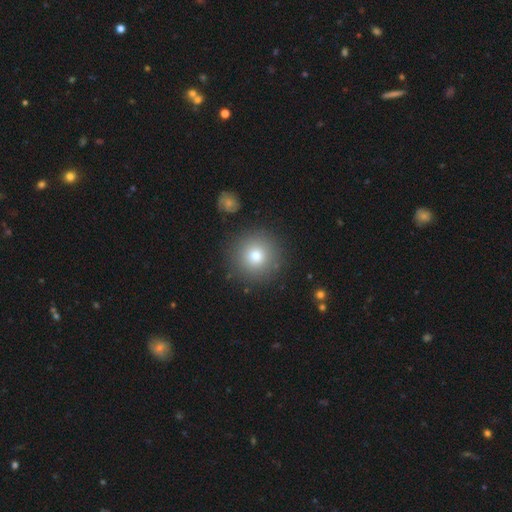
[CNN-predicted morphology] Smooth or featured? Predicted: smooth (p=0.76). How rounded? Predicted: round (p=0.95). Merging? Predicted: none (p=0.88).